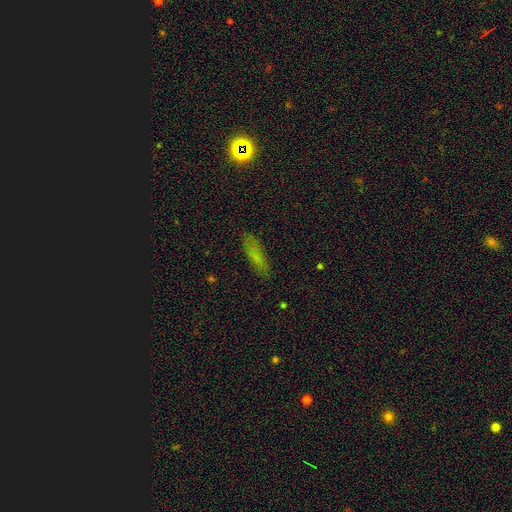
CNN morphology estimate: A smooth galaxy with no disk features (68%) that is cigar-shaped (61%).

Vote fractions:
- Smooth or featured? smooth: 68% / featured or disk: 17% / star or artifact: 15%
- How rounded? cigar-shaped: 61% / in between: 36% / round: 3%
- Merging? none: 82% / minor disturbance: 13% / major disturbance: 3% / merger: 2%